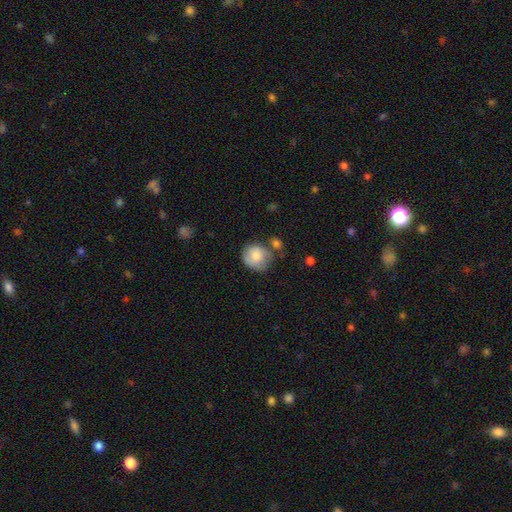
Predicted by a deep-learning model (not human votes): smooth-or-featured: smooth: 81% | featured or disk: 12% | star or artifact: 7%
  how-rounded: round: 85% | in between: 14% | cigar-shaped: 1%
  merging: none: 58% | minor disturbance: 23% | merger: 12% | major disturbance: 7%